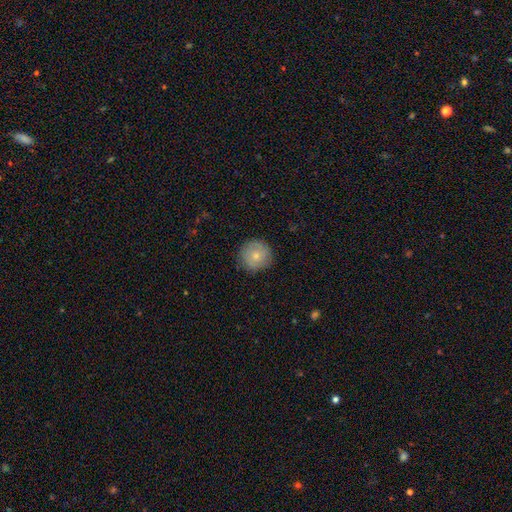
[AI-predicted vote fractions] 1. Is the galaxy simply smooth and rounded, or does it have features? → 69% smooth, 23% featured or disk, 7% star or artifact.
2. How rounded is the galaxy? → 94% round, 5% in between, 1% cigar-shaped.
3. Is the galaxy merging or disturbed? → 84% none, 12% minor disturbance, 3% major disturbance, 1% merger.